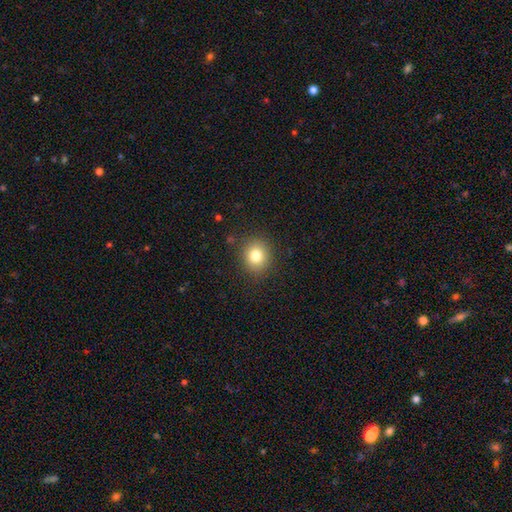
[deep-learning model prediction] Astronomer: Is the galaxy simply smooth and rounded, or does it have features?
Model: smooth — 79%.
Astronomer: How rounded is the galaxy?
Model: round — 79%.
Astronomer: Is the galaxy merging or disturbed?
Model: none — 88%.